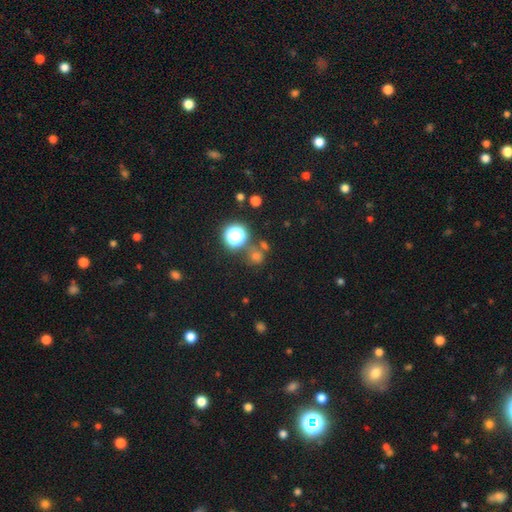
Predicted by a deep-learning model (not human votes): Smooth or featured? smooth (54%)
How rounded? round (87%)
Merging? none (69%)